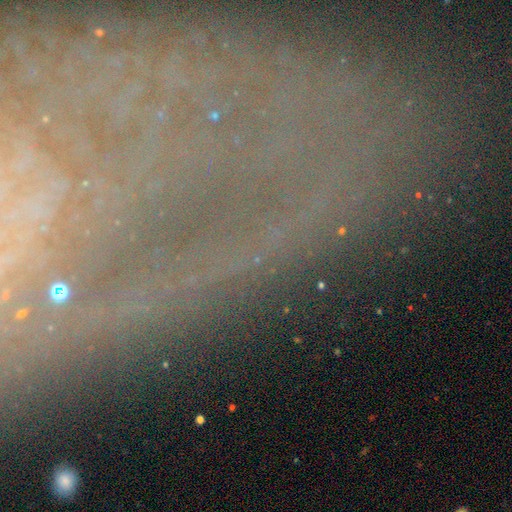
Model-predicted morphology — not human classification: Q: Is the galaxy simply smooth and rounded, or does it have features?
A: star or artifact — 48%.